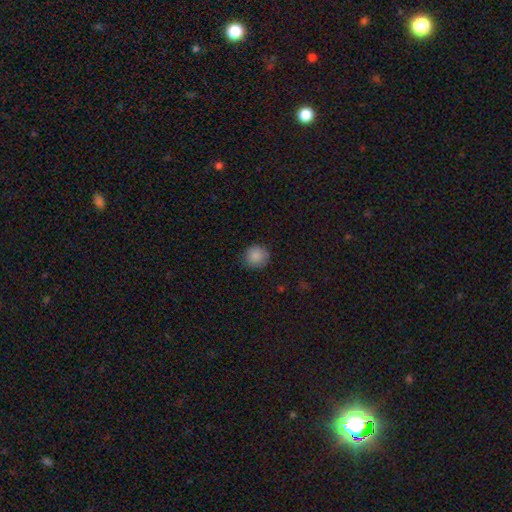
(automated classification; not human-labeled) Morphology: type=smooth (87%); roundness=round (92%); merging=none (87%).